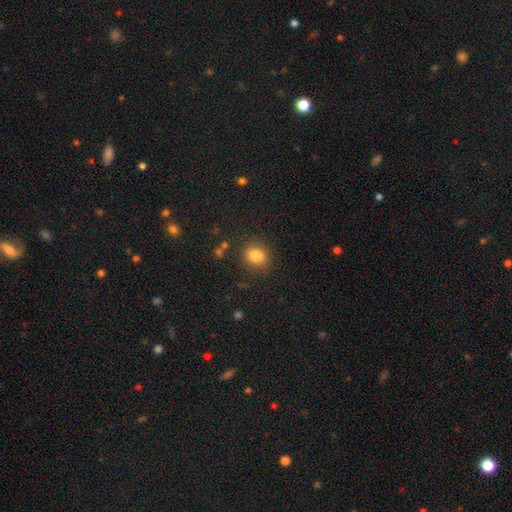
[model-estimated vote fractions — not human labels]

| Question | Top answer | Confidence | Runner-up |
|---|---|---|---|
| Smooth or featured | smooth | 84% | star or artifact (10%) |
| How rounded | round | 55% | in between (44%) |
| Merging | none | 82% | minor disturbance (11%) |